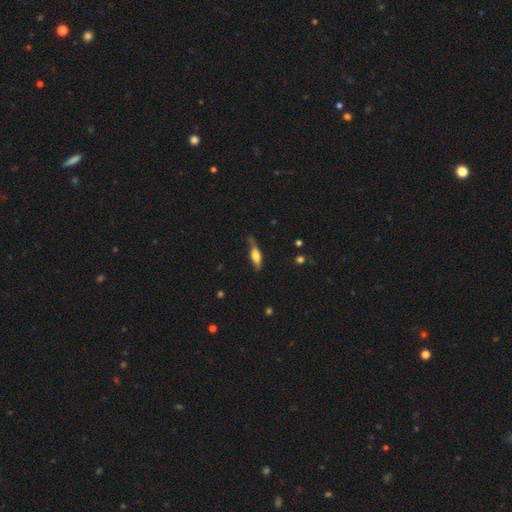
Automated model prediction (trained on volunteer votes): Smooth or featured: smooth — 55% (featured or disk — 37%)
How rounded: in between — 53% (cigar-shaped — 44%)
Merging: none — 53% (minor disturbance — 32%)